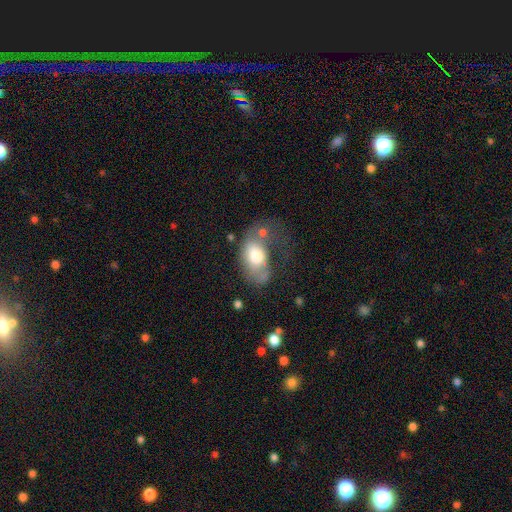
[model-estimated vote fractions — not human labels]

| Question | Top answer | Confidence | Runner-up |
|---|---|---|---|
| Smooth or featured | smooth | 66% | featured or disk (27%) |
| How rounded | in between | 88% | round (11%) |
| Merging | major disturbance | 41% | minor disturbance (21%) |